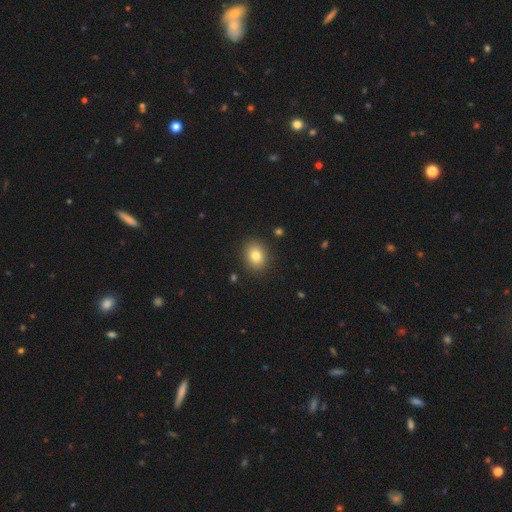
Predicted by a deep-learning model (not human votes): Smooth or featured: smooth — 81% (star or artifact — 10%)
How rounded: round — 60% (in between — 39%)
Merging: none — 90% (minor disturbance — 7%)